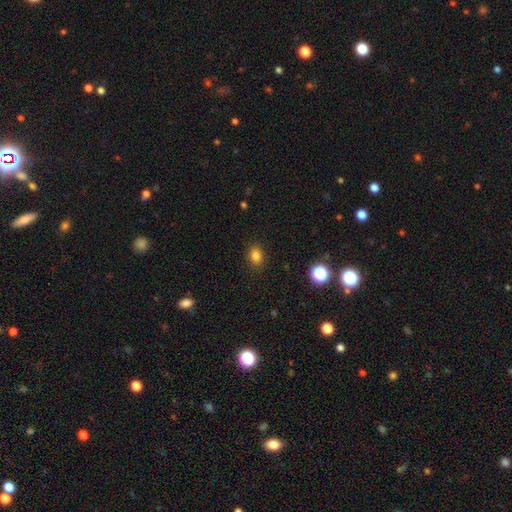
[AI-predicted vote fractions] This is clearly a smooth galaxy (82%). How rounded: likely in between (61%). Merging: clearly none (88%).